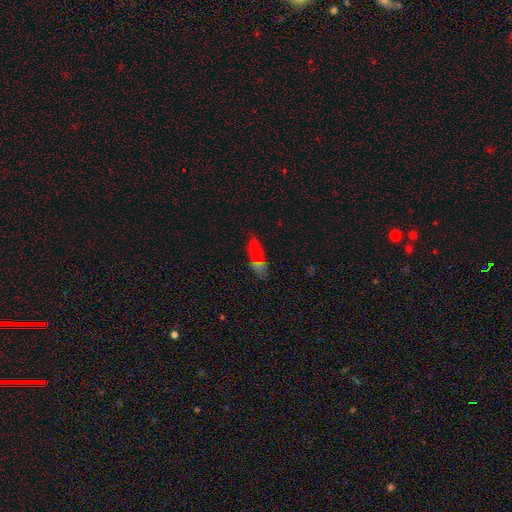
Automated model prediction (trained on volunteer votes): Smooth or featured? smooth (63%)
How rounded? in between (59%)
Merging? none (54%)